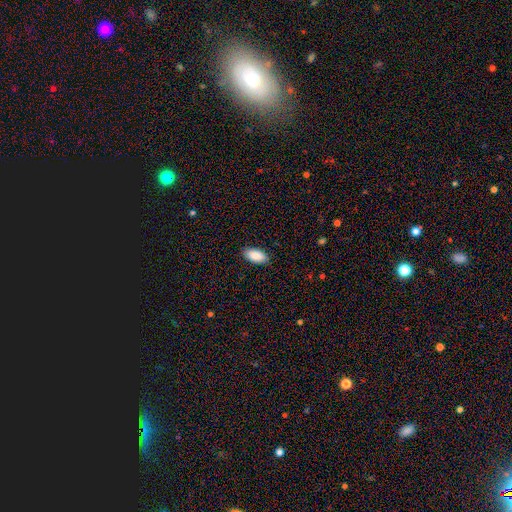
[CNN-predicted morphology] smooth-or-featured: smooth: 90% | star or artifact: 6% | featured or disk: 4%
  how-rounded: in between: 93% | cigar-shaped: 5% | round: 2%
  merging: none: 87% | minor disturbance: 10% | major disturbance: 2% | merger: 1%